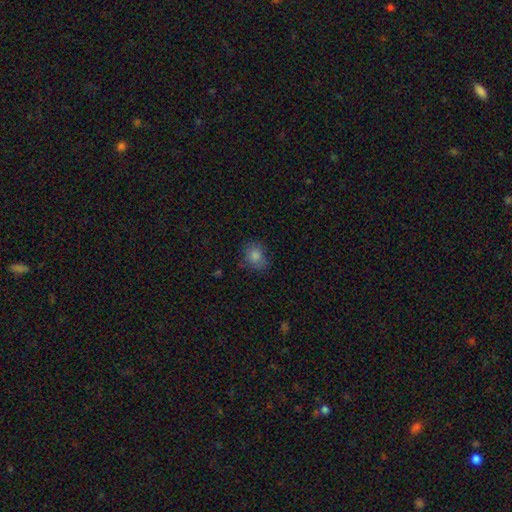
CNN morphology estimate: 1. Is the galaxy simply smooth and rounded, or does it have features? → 79% smooth, 13% star or artifact, 8% featured or disk.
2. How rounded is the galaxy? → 64% round, 35% in between, 1% cigar-shaped.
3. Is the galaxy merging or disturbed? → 73% none, 20% minor disturbance, 6% major disturbance, 2% merger.